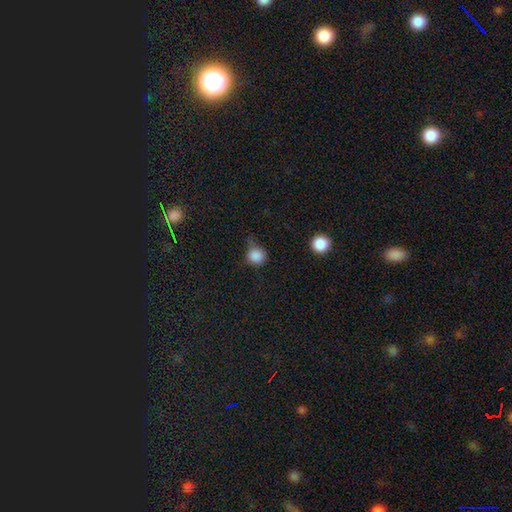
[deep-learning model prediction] Smooth or featured? smooth (85%)
How rounded? round (89%)
Merging? none (53%)